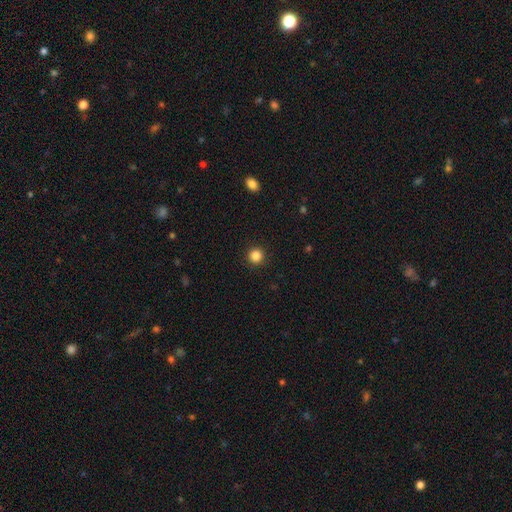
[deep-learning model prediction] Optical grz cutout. It shows a smooth galaxy with no disk features (86%) that is round (95%). Merging: none (93%).